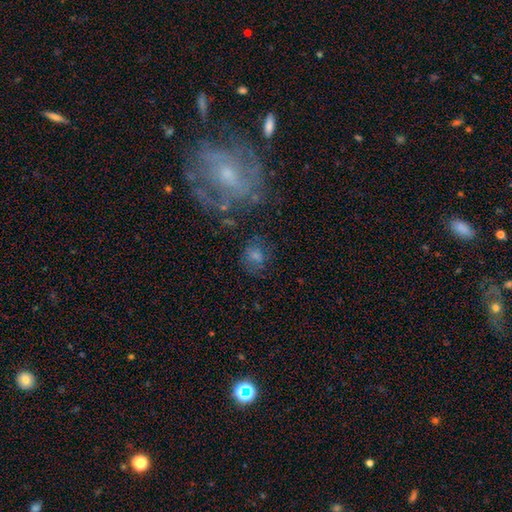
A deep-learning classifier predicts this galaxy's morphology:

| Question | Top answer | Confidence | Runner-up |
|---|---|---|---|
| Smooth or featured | smooth | 61% | star or artifact (20%) |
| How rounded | round | 61% | in between (37%) |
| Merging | none | 58% | minor disturbance (20%) |